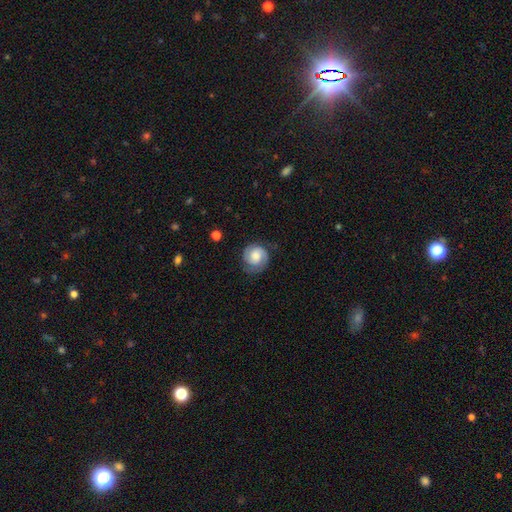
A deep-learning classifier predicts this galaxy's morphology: smooth-or-featured: featured or disk: 64% | smooth: 29% | star or artifact: 7%
  disk-edge-on: no: 98% | yes: 2%
    bar: no: 66% | weak: 29% | strong: 5%
    has-spiral-arms: yes: 93% | no: 7%
      spiral-winding: tight: 61% | medium: 30% | loose: 8%
      spiral-arm-count: 2: 70% | can't tell: 12% | 1: 9% | 3: 5% | 4: 2% | more than 4: 2%
    bulge-size: moderate: 48% | small: 28% | large: 16% | none: 7% | dominant: 3%
  merging: none: 74% | minor disturbance: 18% | major disturbance: 7% | merger: 1%